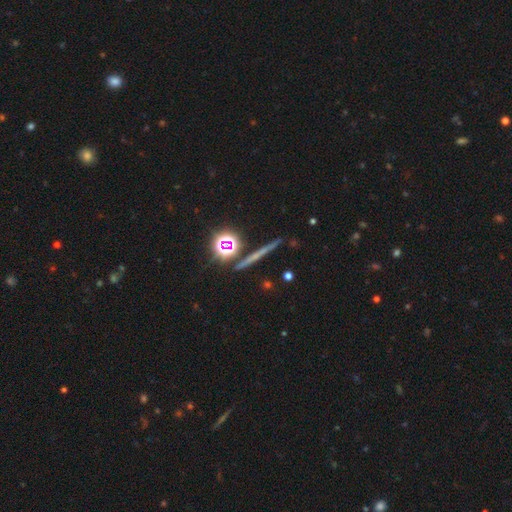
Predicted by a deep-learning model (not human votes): featured or disk 38%, star or artifact 34%, smooth 28%. Down the decision tree: merging — none (88%).